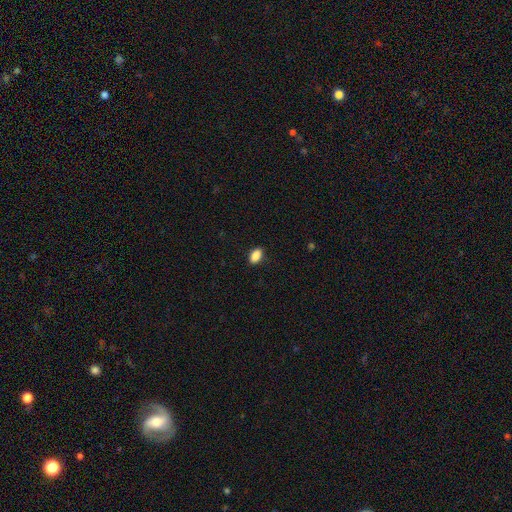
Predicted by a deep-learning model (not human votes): Smooth or featured? Predicted: smooth (p=0.88). How rounded? Predicted: in between (p=0.90). Merging? Predicted: none (p=0.87).